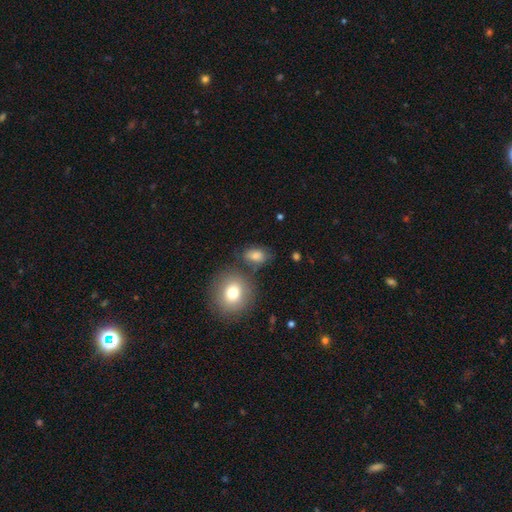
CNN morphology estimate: smooth-or-featured: smooth: 76% | featured or disk: 13% | star or artifact: 11%
  how-rounded: in between: 75% | round: 23% | cigar-shaped: 2%
  merging: none: 61% | minor disturbance: 20% | merger: 11% | major disturbance: 8%